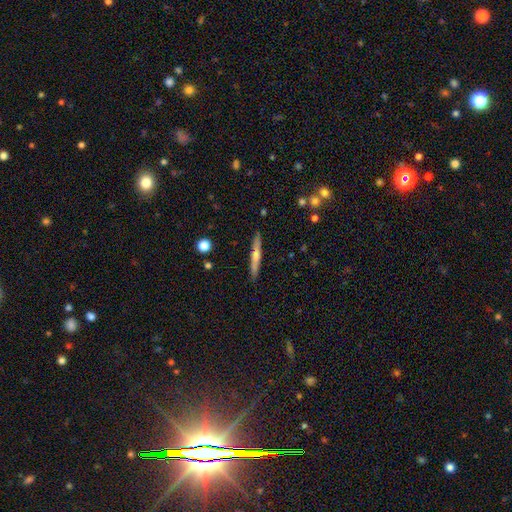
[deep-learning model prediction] Smooth or featured?
  - featured or disk: 54% *
  - smooth: 40%
  - star or artifact: 6%
Edge-on disk?
  - yes: 96% *
  - no: 4%
Edge-on bulge?
  - rounded: 72% *
  - none: 21%
  - boxy: 6%
Merging?
  - none: 90% *
  - minor disturbance: 7%
  - major disturbance: 1%
  - merger: 1%